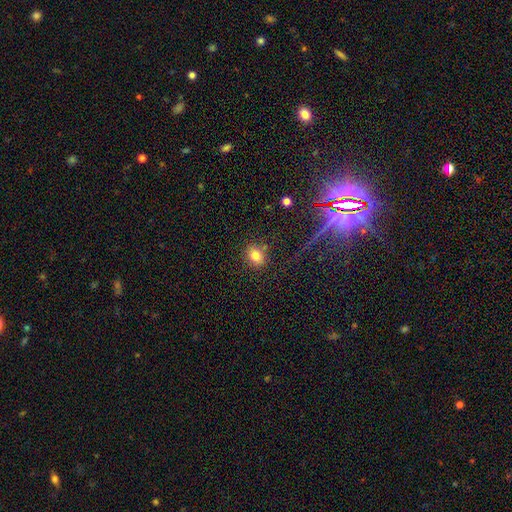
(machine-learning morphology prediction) smooth_or_featured: smooth (p=0.79) [alt: star or artifact p=0.13]
how_rounded: in between (p=0.52) [alt: round p=0.47]
merging: none (p=0.79) [alt: minor disturbance p=0.13]